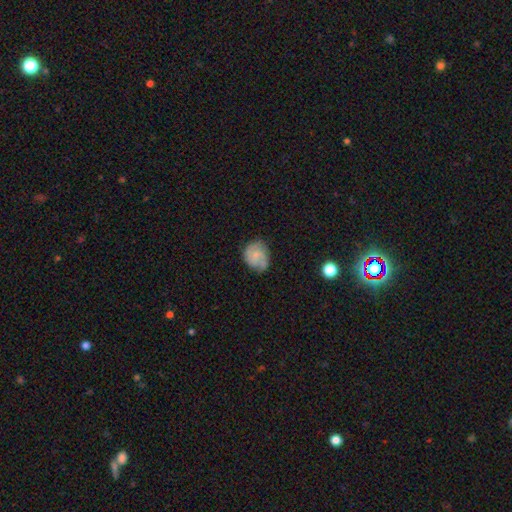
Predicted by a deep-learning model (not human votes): smooth-or-featured: smooth: 50% | featured or disk: 42% | star or artifact: 8%
  how-rounded: round: 65% | in between: 34% | cigar-shaped: 1%
  merging: none: 60% | minor disturbance: 30% | major disturbance: 8% | merger: 2%